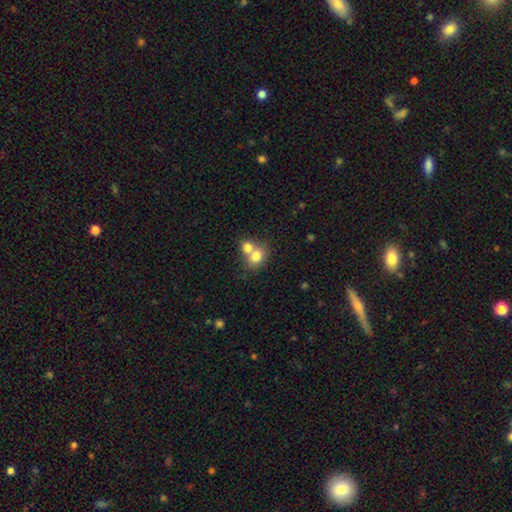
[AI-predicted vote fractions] This appears to be a smooth galaxy with no disk features (76%) that is round (59%). Merging: merger (61%).